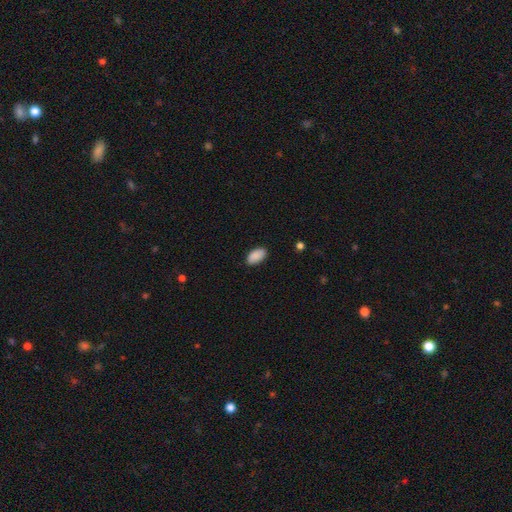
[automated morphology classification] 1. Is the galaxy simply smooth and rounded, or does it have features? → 89% smooth, 7% star or artifact, 4% featured or disk.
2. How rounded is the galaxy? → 95% in between, 3% round, 2% cigar-shaped.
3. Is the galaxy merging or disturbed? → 84% none, 12% minor disturbance, 2% major disturbance, 1% merger.